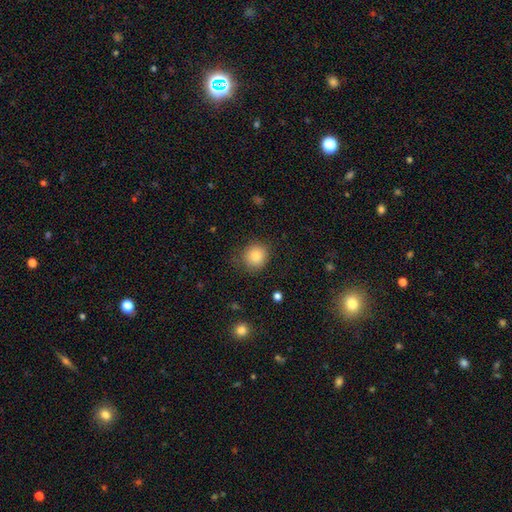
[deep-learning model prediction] Smooth or featured: smooth — 83% (star or artifact — 10%)
How rounded: round — 83% (in between — 16%)
Merging: none — 81% (minor disturbance — 13%)